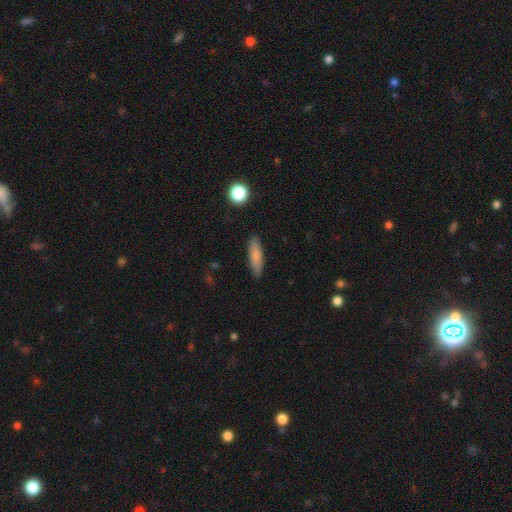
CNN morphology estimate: type=smooth (80%); roundness=cigar-shaped (57%); merging=none (86%).